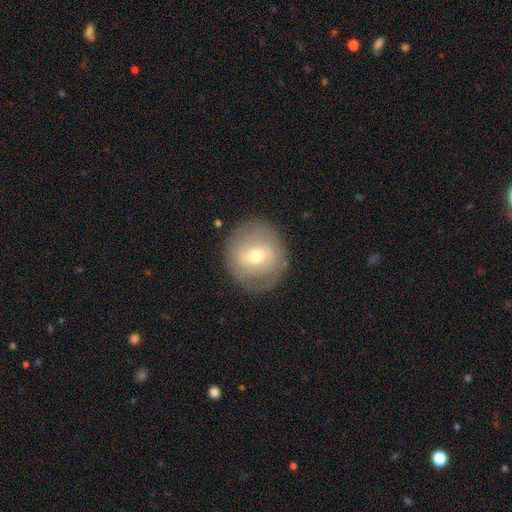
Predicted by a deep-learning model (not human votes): Smooth or featured: smooth — 47% (featured or disk — 46%)
Merging: none — 83% (minor disturbance — 11%)